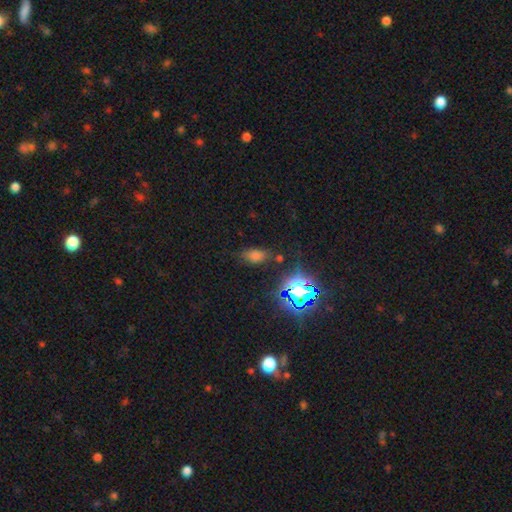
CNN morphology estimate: type=smooth (55%); roundness=in between (80%); merging=none (76%).